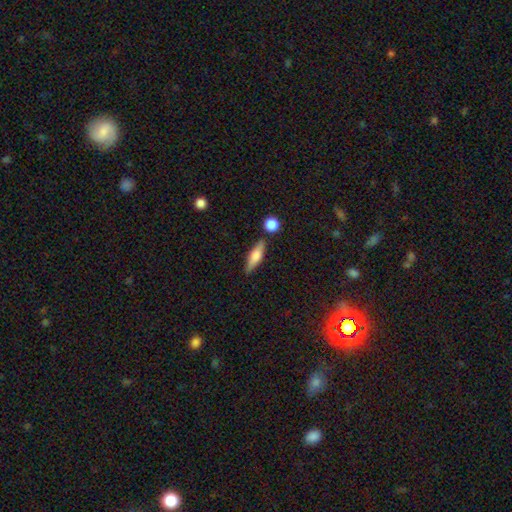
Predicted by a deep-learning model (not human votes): A smooth galaxy with no disk features (60%) that is cigar-shaped (57%).

Vote fractions:
- Smooth or featured? smooth: 60% / featured or disk: 33% / star or artifact: 7%
- How rounded? cigar-shaped: 57% / in between: 39% / round: 4%
- Merging? none: 77% / minor disturbance: 13% / merger: 7% / major disturbance: 3%